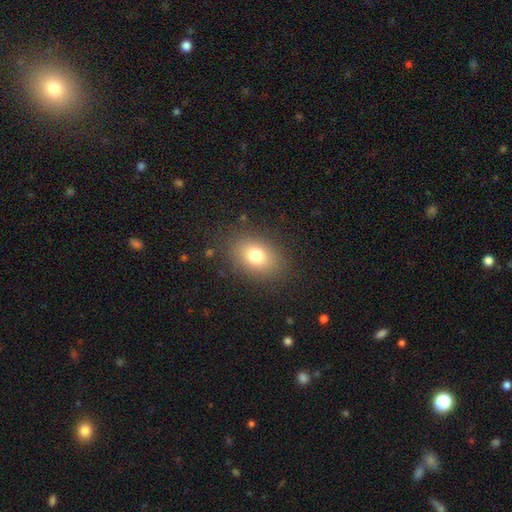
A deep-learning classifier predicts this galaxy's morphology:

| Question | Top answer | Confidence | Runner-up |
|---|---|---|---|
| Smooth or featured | smooth | 77% | star or artifact (12%) |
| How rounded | in between | 69% | round (30%) |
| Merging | none | 84% | minor disturbance (10%) |